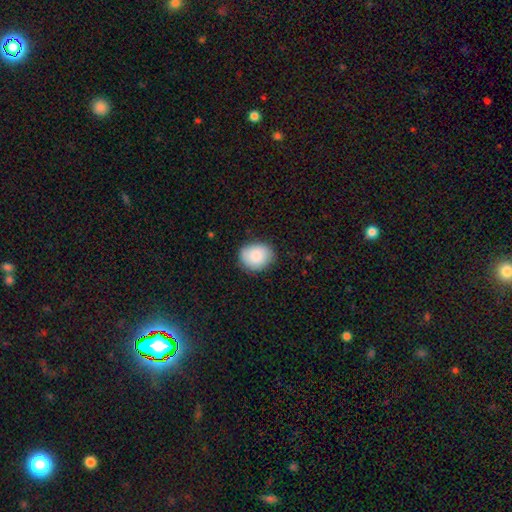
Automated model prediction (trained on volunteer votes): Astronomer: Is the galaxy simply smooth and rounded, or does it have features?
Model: smooth — 86%.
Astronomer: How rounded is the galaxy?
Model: round — 59% (runner-up: in between, 40%).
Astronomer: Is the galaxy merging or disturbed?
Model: none — 81%.